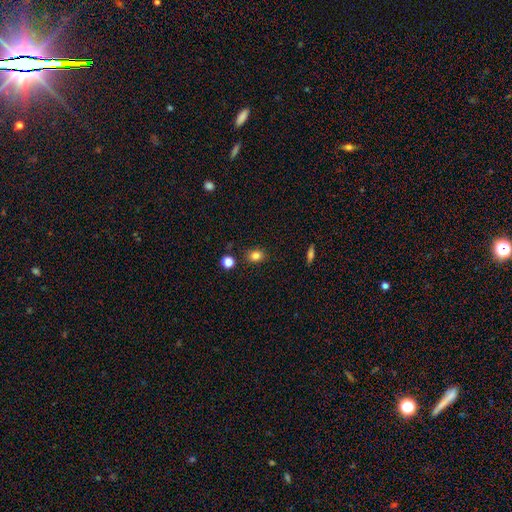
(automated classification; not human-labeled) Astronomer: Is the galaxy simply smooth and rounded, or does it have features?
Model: smooth — 83%.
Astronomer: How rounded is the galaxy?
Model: round — 59% (runner-up: in between, 40%).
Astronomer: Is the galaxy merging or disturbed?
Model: none — 84%.